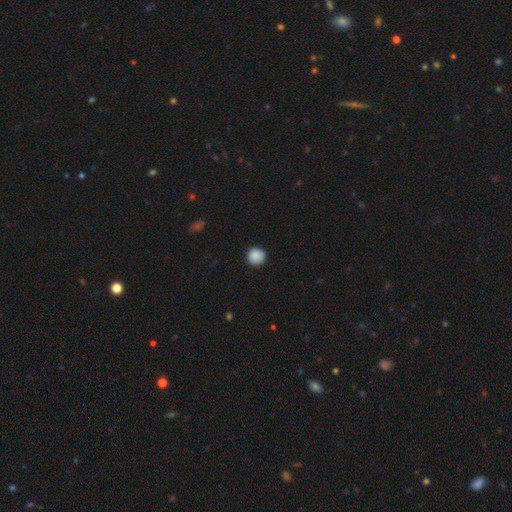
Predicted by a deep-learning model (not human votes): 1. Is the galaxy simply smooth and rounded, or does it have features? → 88% smooth, 9% star or artifact, 3% featured or disk.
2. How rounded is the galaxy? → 94% round, 5% in between, 1% cigar-shaped.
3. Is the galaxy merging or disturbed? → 90% none, 8% minor disturbance, 2% major disturbance, 1% merger.